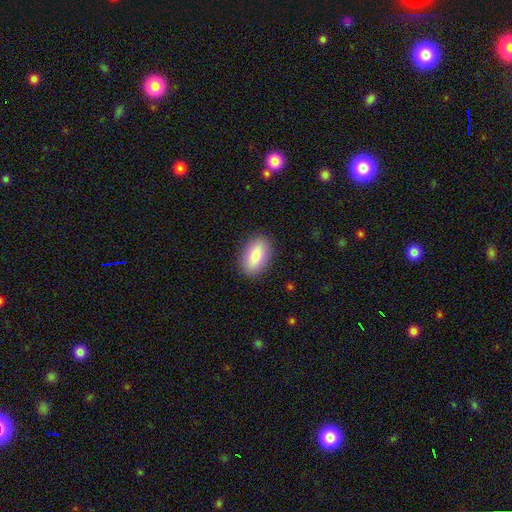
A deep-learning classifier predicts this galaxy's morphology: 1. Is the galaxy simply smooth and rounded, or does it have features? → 84% smooth, 9% featured or disk, 7% star or artifact.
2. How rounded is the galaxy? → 91% in between, 7% round, 2% cigar-shaped.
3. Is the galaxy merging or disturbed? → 88% none, 8% minor disturbance, 2% major disturbance, 1% merger.